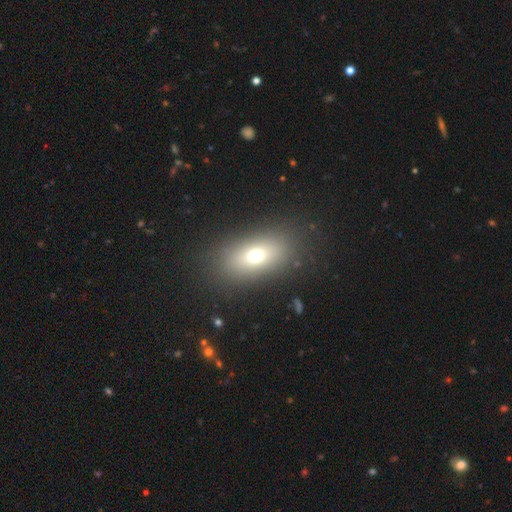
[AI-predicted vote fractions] Smooth or featured? smooth (68%)
How rounded? in between (79%)
Merging? none (85%)